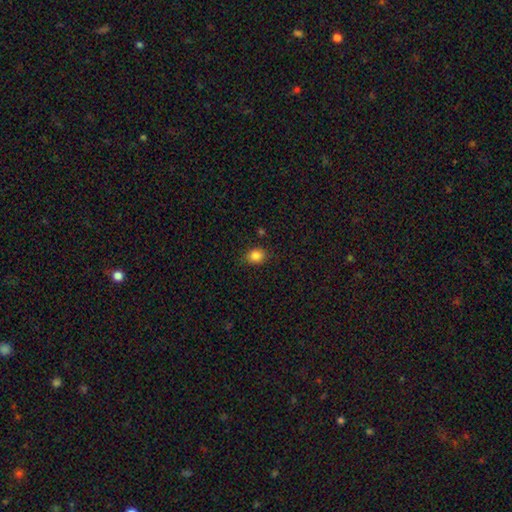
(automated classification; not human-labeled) Morphology: type=smooth (85%); roundness=round (53%); merging=none (82%).